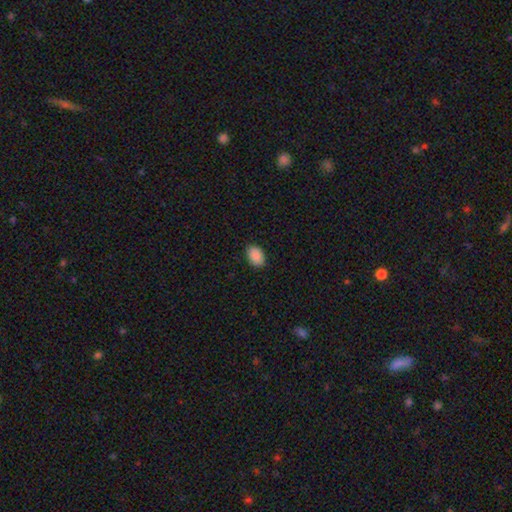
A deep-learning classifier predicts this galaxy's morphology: Smooth or featured: smooth — 90% (star or artifact — 7%)
How rounded: in between — 86% (round — 13%)
Merging: none — 88% (minor disturbance — 9%)